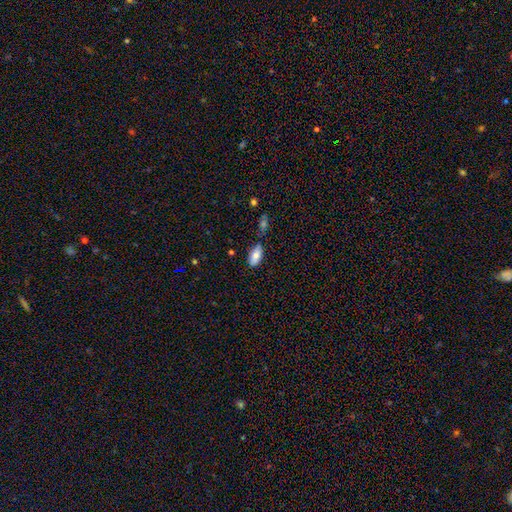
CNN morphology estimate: Q: Smooth or featured?
A: smooth (79%); runner-up: featured or disk (13%)
Q: How rounded?
A: in between (89%); runner-up: cigar-shaped (9%)
Q: Merging?
A: none (64%); runner-up: minor disturbance (25%)